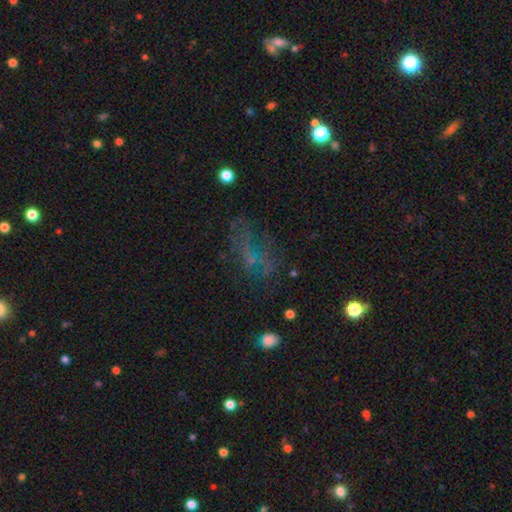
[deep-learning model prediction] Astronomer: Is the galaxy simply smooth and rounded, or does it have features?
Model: star or artifact — 34% (runner-up: smooth, 33%).